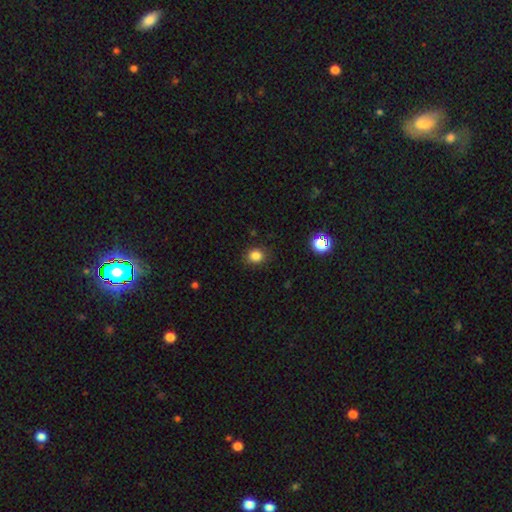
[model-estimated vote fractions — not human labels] Smooth or featured? smooth (84%)
How rounded? round (72%)
Merging? none (86%)